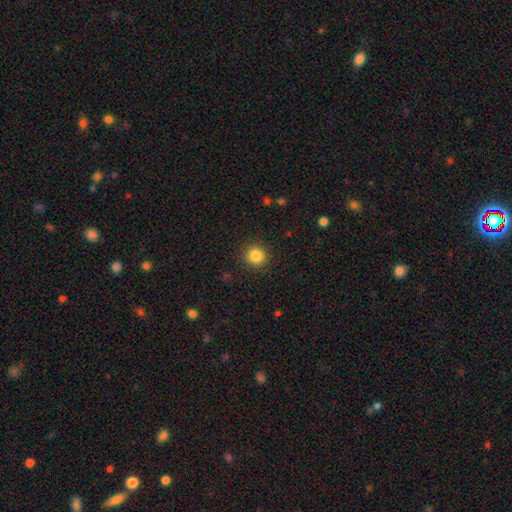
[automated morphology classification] Q: Smooth or featured?
A: smooth (85%); runner-up: star or artifact (11%)
Q: How rounded?
A: round (92%); runner-up: in between (7%)
Q: Merging?
A: none (90%); runner-up: minor disturbance (6%)